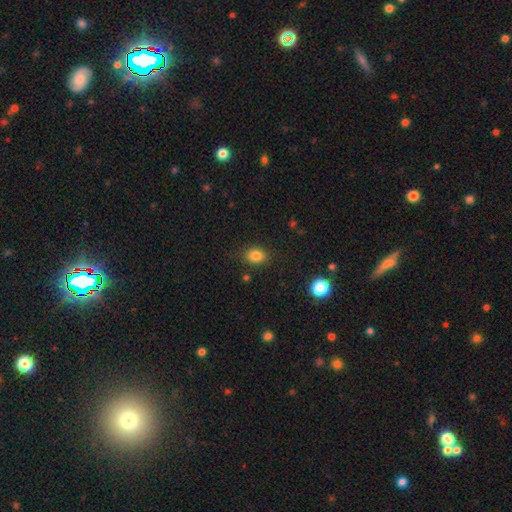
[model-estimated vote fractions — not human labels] Q: Smooth or featured?
A: smooth (83%); runner-up: star or artifact (11%)
Q: How rounded?
A: in between (58%); runner-up: round (41%)
Q: Merging?
A: none (83%); runner-up: minor disturbance (12%)